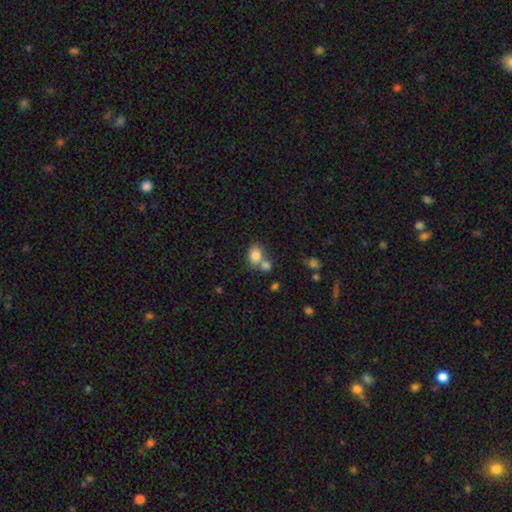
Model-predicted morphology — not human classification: Smooth or featured: smooth — 82% (star or artifact — 9%)
How rounded: in between — 59% (round — 40%)
Merging: none — 46% (merger — 39%)